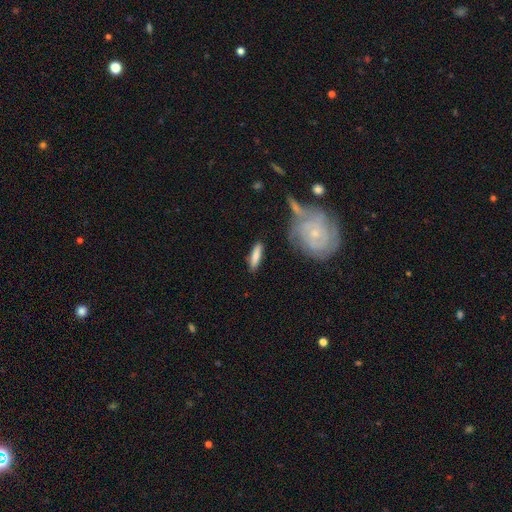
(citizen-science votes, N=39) Smooth or featured? smooth (79%)
How rounded? cigar-shaped (74%)
Merging? none (76%)